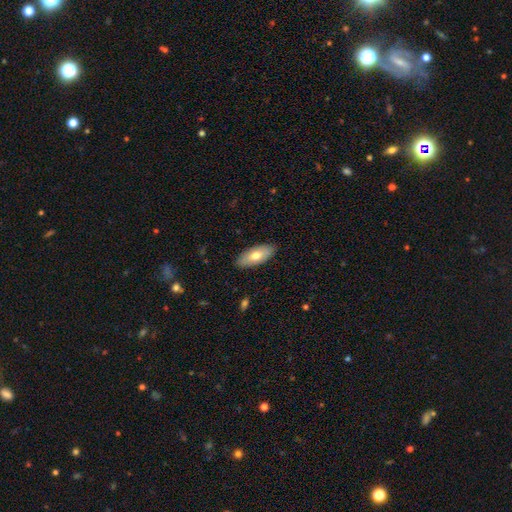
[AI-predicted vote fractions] Smooth or featured: smooth — 70% (featured or disk — 24%)
How rounded: in between — 86% (cigar-shaped — 12%)
Merging: none — 88% (minor disturbance — 9%)